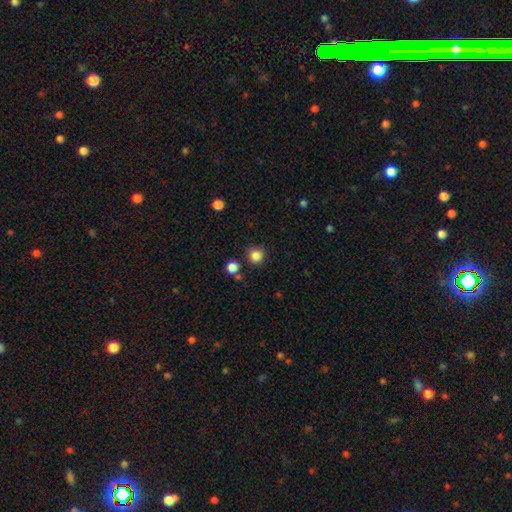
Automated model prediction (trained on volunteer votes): Smooth or featured?
  - smooth: 85% *
  - star or artifact: 12%
  - featured or disk: 4%
How rounded?
  - round: 94% *
  - in between: 5%
  - cigar-shaped: 1%
Merging?
  - none: 85% *
  - minor disturbance: 8%
  - merger: 5%
  - major disturbance: 3%